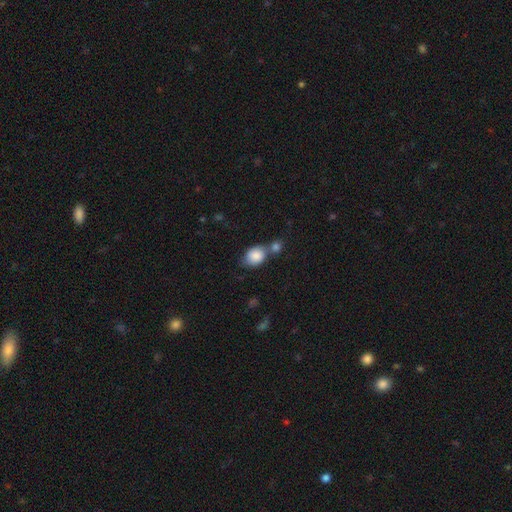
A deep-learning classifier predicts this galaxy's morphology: Smooth or featured? smooth (85%)
How rounded? in between (58%)
Merging? merger (42%)